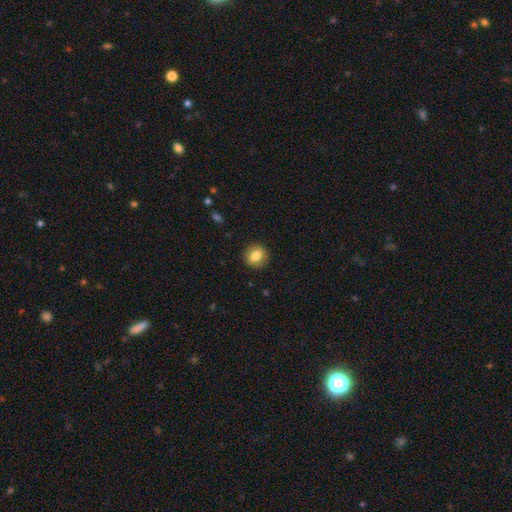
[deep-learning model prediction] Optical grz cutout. It shows a smooth galaxy with no disk features (79%) that is round (76%). Merging: none (90%).